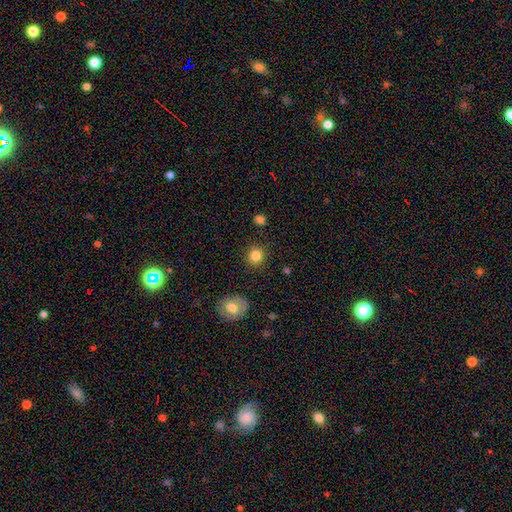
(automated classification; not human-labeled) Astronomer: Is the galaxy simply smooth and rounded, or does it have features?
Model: smooth — 84%.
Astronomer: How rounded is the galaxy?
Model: round — 91%.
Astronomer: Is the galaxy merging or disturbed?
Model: none — 89%.